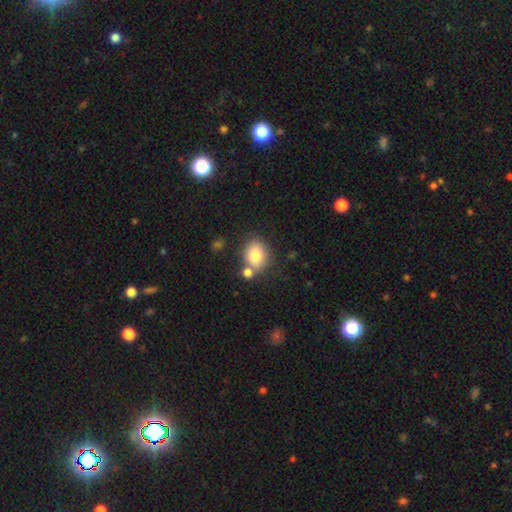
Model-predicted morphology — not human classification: type=smooth (79%); roundness=round (55%); merging=none (64%).